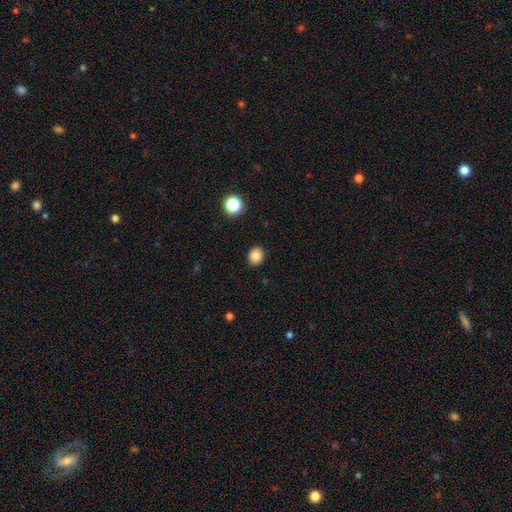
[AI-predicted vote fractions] Overall: smooth (84%). How rounded: round (64%; in between 35%). Merging: none (90%).